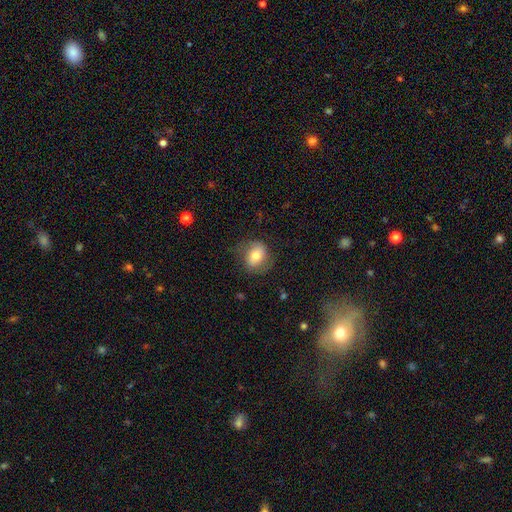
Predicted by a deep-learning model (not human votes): The model was most divided on "how rounded": in between: 52%, round: 47%, cigar-shaped: 1%. More confident: merging — none (70%); smooth or featured — smooth (70%).